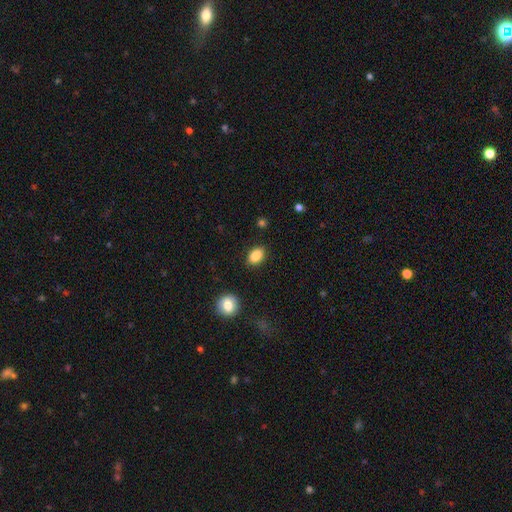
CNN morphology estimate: smooth 87%, star or artifact 8%, featured or disk 4%. Down the decision tree: how rounded — in between (84%); merging — none (87%).